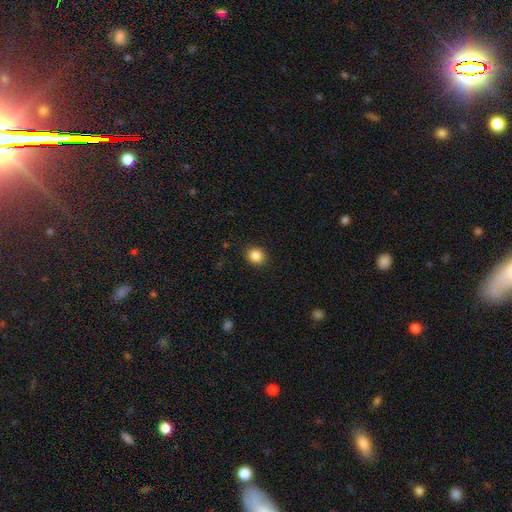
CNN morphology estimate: Overall: smooth (86%). How rounded: round (69%; in between 30%). Merging: none (89%).